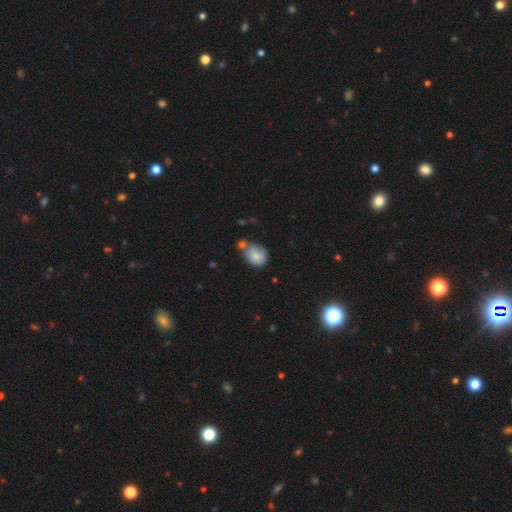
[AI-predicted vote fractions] Smooth or featured: smooth — 80% (featured or disk — 11%)
How rounded: in between — 52% (round — 47%)
Merging: none — 46% (merger — 27%)